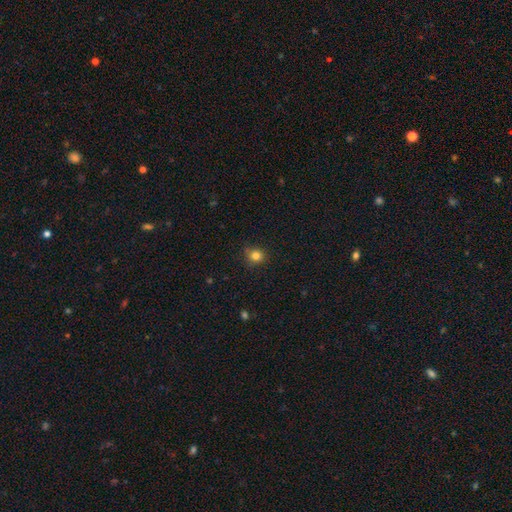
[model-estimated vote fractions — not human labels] Smooth or featured?
  - smooth: 82% *
  - star or artifact: 13%
  - featured or disk: 5%
How rounded?
  - round: 86% *
  - in between: 13%
  - cigar-shaped: 1%
Merging?
  - none: 81% *
  - minor disturbance: 15%
  - major disturbance: 3%
  - merger: 2%